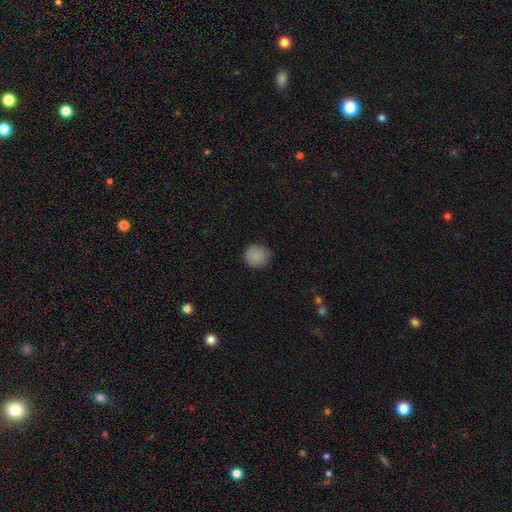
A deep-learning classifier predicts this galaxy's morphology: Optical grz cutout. It shows a smooth galaxy with no disk features (87%) that is round (89%). Merging: none (87%).